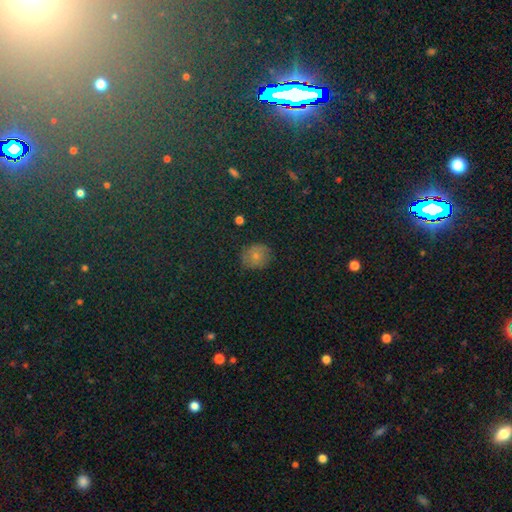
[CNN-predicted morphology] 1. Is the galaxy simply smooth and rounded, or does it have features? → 73% smooth, 15% star or artifact, 12% featured or disk.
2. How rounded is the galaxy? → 73% round, 26% in between, 1% cigar-shaped.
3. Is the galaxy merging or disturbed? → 78% none, 16% minor disturbance, 4% major disturbance, 1% merger.